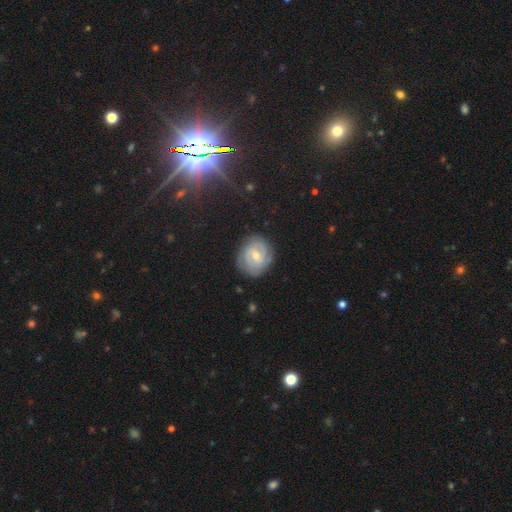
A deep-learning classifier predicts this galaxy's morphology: smooth-or-featured: featured or disk: 73% | smooth: 21% | star or artifact: 7%
  disk-edge-on: no: 98% | yes: 2%
    bar: weak: 53% | no: 35% | strong: 12%
    has-spiral-arms: yes: 90% | no: 10%
      spiral-winding: tight: 67% | medium: 26% | loose: 7%
      spiral-arm-count: 2: 44% | can't tell: 30% | 3: 14% | 4: 5% | 1: 4% | more than 4: 3%
    bulge-size: small: 50% | moderate: 47% | large: 2% | none: 1% | dominant: 1%
  merging: none: 80% | minor disturbance: 14% | major disturbance: 4% | merger: 1%